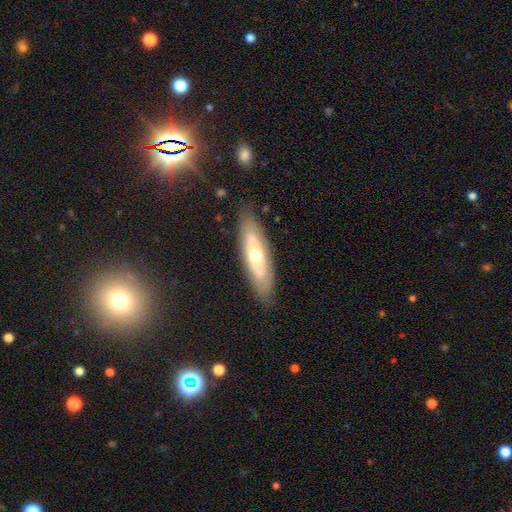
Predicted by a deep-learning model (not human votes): A featured or disk galaxy (57%).

Vote fractions:
- Smooth or featured? featured or disk: 57% / smooth: 37% / star or artifact: 6%
- Edge-on disk? no: 64% / yes: 36%
- Merging? none: 83% / minor disturbance: 12% / major disturbance: 3% / merger: 1%